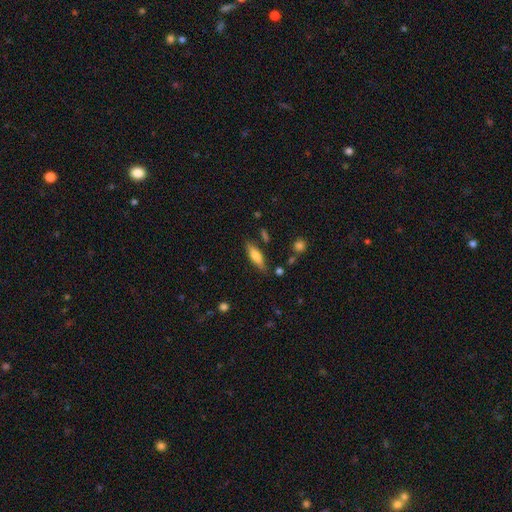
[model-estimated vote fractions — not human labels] Smooth or featured? smooth (66%)
How rounded? cigar-shaped (52%)
Merging? none (79%)